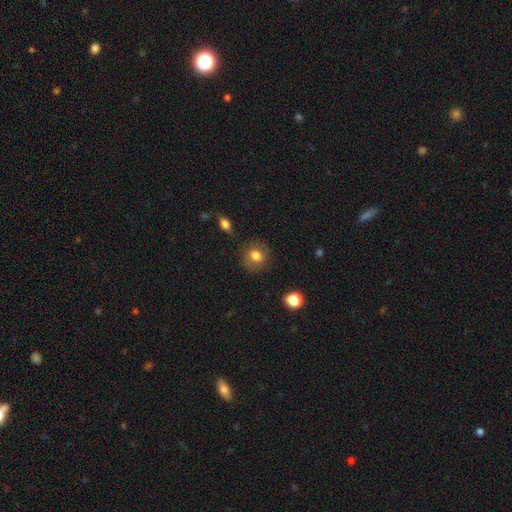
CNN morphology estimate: A smooth galaxy with no disk features (77%) that is round (84%). Merging: none (83%).